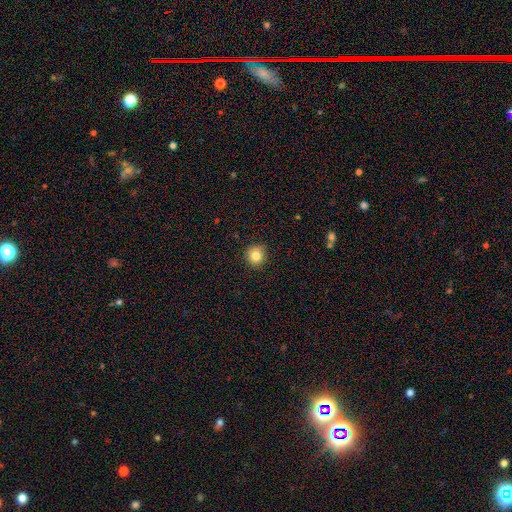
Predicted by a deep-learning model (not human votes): Smooth or featured: smooth — 82% (star or artifact — 11%)
How rounded: round — 92% (in between — 7%)
Merging: none — 88% (minor disturbance — 9%)